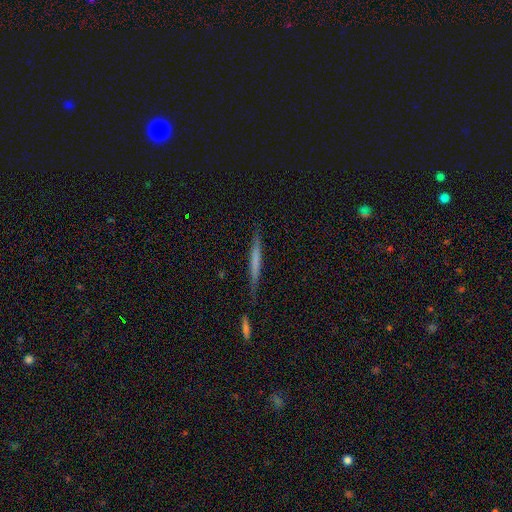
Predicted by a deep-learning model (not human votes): Smooth or featured?
  - smooth: 53% *
  - featured or disk: 41%
  - star or artifact: 6%
How rounded?
  - cigar-shaped: 96% *
  - in between: 3%
  - round: 2%
Merging?
  - none: 80% *
  - minor disturbance: 13%
  - merger: 4%
  - major disturbance: 3%